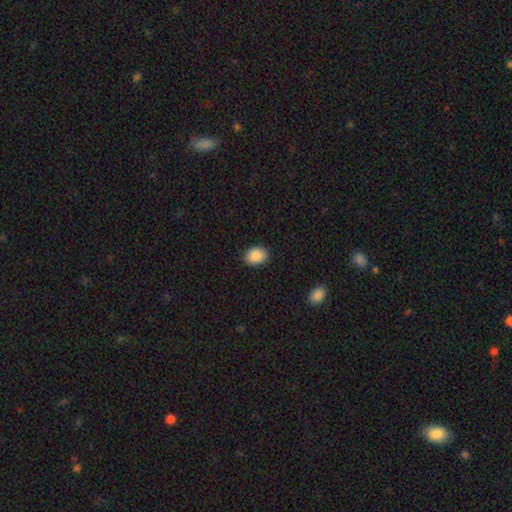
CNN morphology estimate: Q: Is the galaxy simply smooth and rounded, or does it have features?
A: smooth — 90%.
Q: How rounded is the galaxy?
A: in between — 70%.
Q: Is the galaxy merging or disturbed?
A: none — 89%.